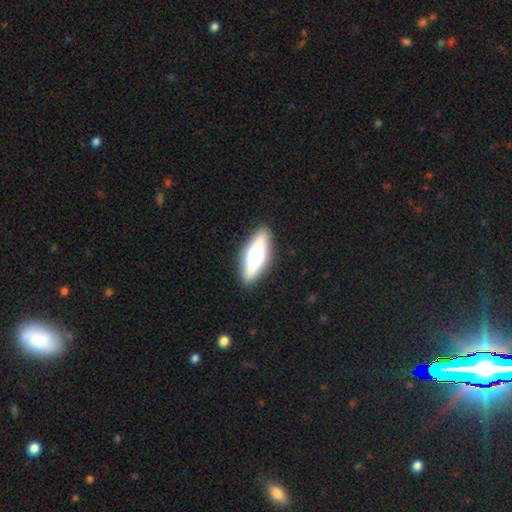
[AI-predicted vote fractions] A smooth galaxy with no disk features (53%) that is in between round and cigar-shaped (58%).

Vote fractions:
- Smooth or featured? smooth: 53% / featured or disk: 39% / star or artifact: 8%
- How rounded? in between: 58% / cigar-shaped: 38% / round: 4%
- Merging? none: 87% / minor disturbance: 9% / major disturbance: 3% / merger: 1%